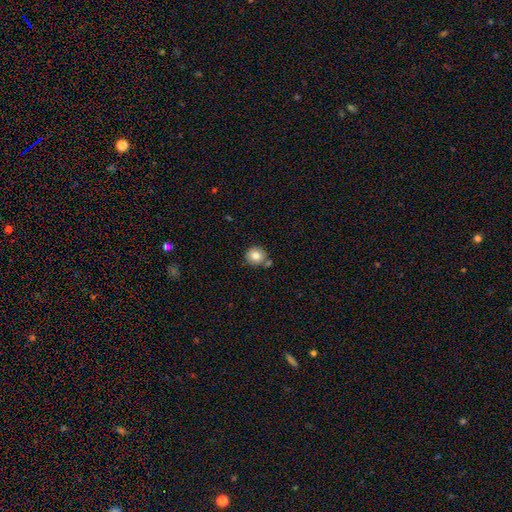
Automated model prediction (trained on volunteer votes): smooth_or_featured: smooth (p=0.80) [alt: star or artifact p=0.10]
how_rounded: round (p=0.91) [alt: in between p=0.08]
merging: none (p=0.75) [alt: merger p=0.12]